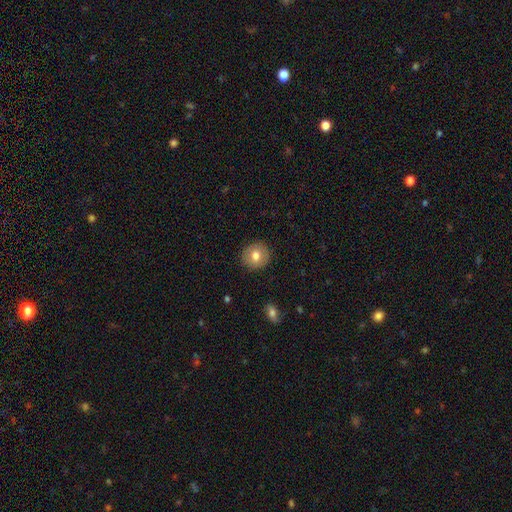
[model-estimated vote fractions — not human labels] Smooth or featured? smooth (75%)
How rounded? round (86%)
Merging? none (90%)